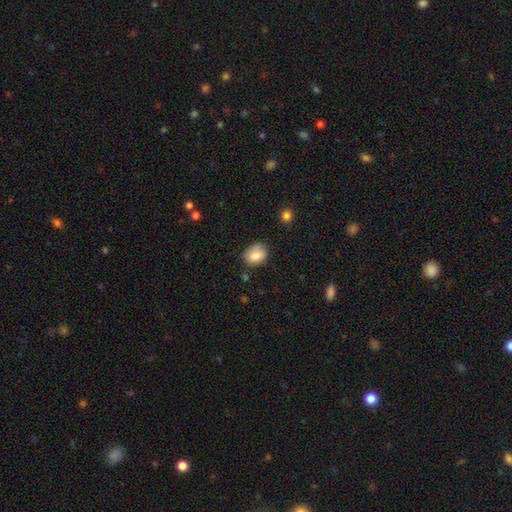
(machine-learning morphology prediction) type=smooth (80%); roundness=in between (58%); merging=none (62%).